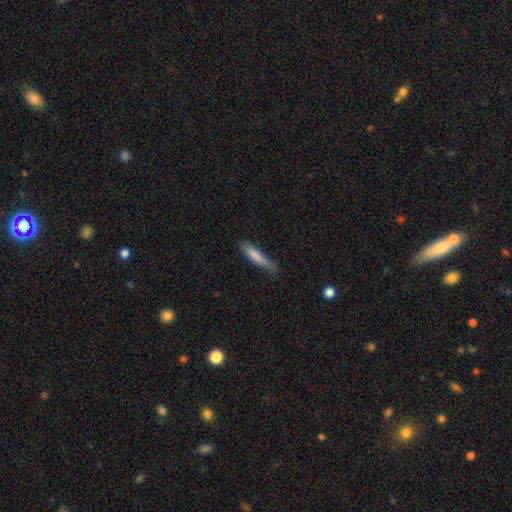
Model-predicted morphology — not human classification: Smooth or featured: smooth — 80% (featured or disk — 15%)
How rounded: cigar-shaped — 86% (in between — 13%)
Merging: none — 64% (minor disturbance — 28%)